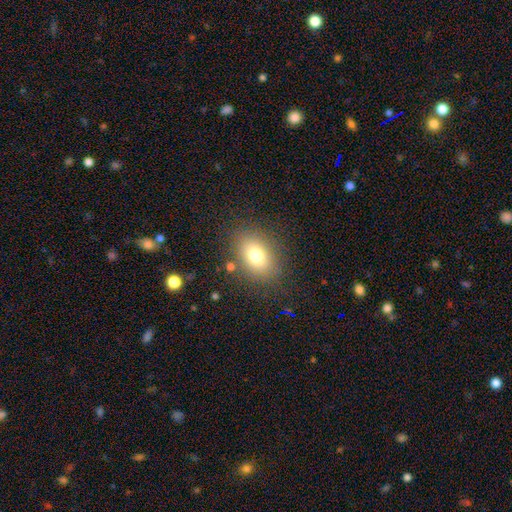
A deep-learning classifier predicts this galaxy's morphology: The model was most divided on "how rounded": in between: 75%, round: 24%, cigar-shaped: 1%. More confident: merging — none (82%); smooth or featured — smooth (77%).